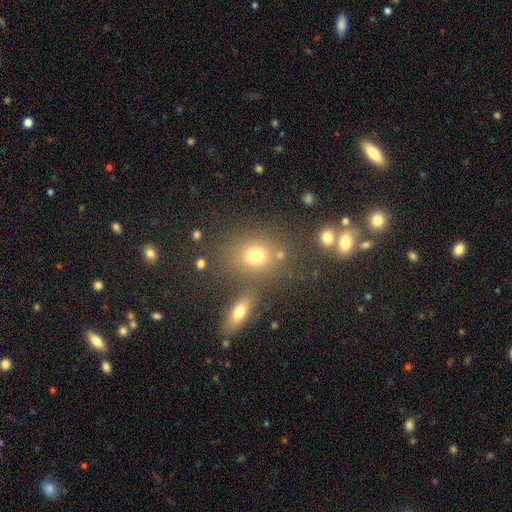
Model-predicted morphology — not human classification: Smooth or featured? Predicted: smooth (p=0.71). How rounded? Predicted: round (p=0.61). Merging? Predicted: none (p=0.68).